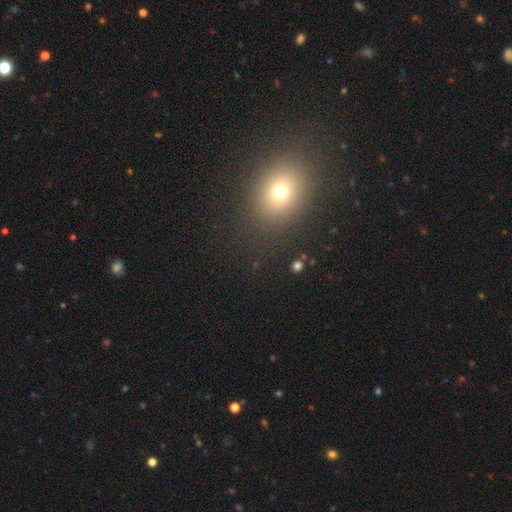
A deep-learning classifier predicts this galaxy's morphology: This is likely a smooth galaxy (64%). How rounded: possibly in between (51%). Merging: clearly none (89%).